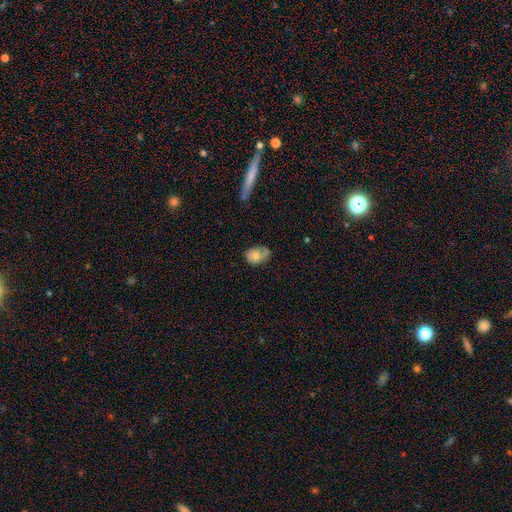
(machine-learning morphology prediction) Smooth or featured? smooth (66%)
How rounded? in between (75%)
Merging? none (46%)